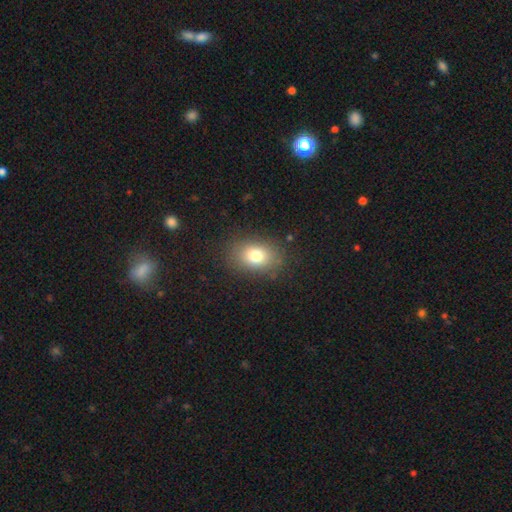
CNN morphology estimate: smooth_or_featured: smooth (p=0.78) [alt: star or artifact p=0.11]
how_rounded: in between (p=0.69) [alt: round p=0.30]
merging: none (p=0.84) [alt: minor disturbance p=0.11]